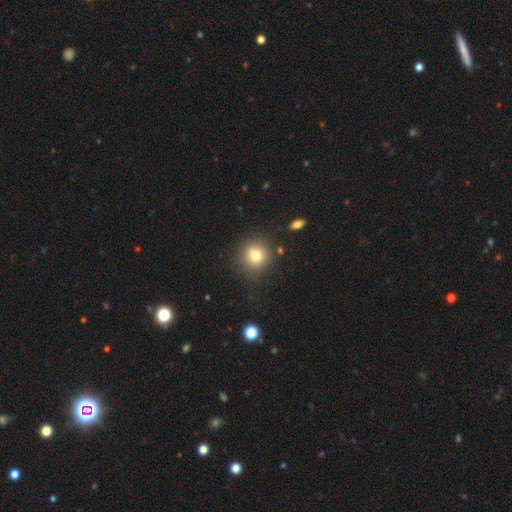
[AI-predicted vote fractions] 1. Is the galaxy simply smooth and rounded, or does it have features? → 78% smooth, 13% star or artifact, 10% featured or disk.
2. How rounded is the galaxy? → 89% round, 10% in between, 1% cigar-shaped.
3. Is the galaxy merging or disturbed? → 80% none, 12% minor disturbance, 5% merger, 4% major disturbance.